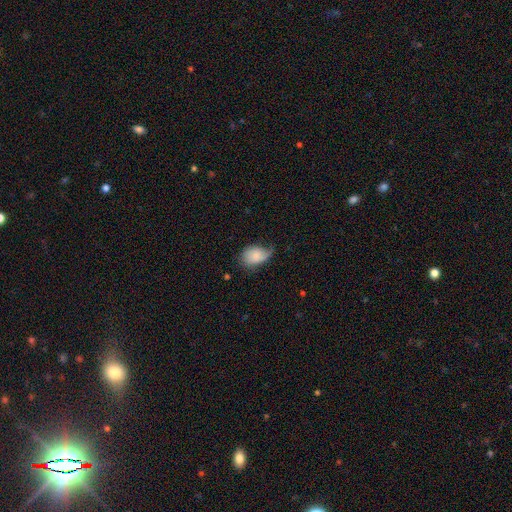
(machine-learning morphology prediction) A smooth galaxy with no disk features (71%) that is in between round and cigar-shaped (83%).

Vote fractions:
- Smooth or featured? smooth: 71% / featured or disk: 22% / star or artifact: 7%
- How rounded? in between: 83% / round: 15% / cigar-shaped: 1%
- Merging? minor disturbance: 42% / none: 34% / major disturbance: 22% / merger: 2%